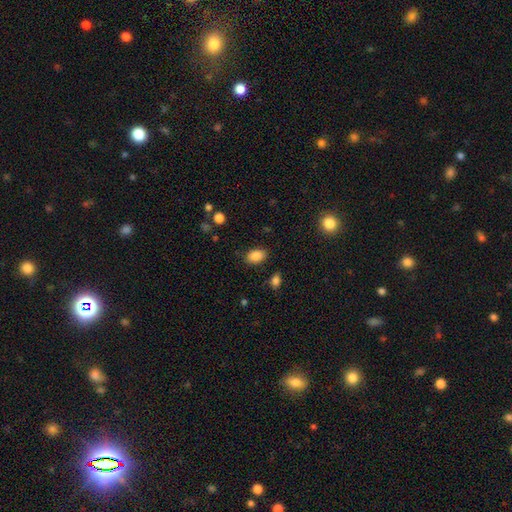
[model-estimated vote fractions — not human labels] Smooth or featured? Predicted: smooth (p=0.87). How rounded? Predicted: in between (p=0.88). Merging? Predicted: none (p=0.84).